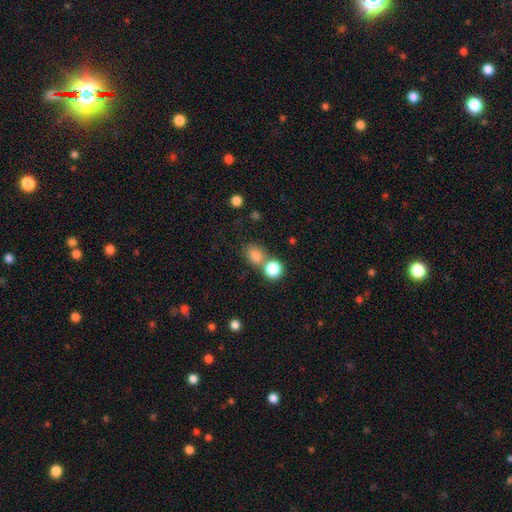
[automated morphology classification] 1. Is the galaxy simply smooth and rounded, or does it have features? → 81% smooth, 13% star or artifact, 7% featured or disk.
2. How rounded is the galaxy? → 62% round, 37% in between, 1% cigar-shaped.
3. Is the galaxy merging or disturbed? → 54% none, 32% merger, 10% minor disturbance, 4% major disturbance.